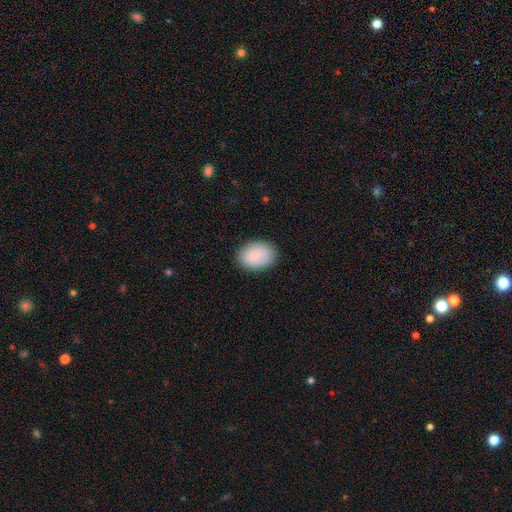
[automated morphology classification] type=smooth (84%); roundness=in between (76%); merging=none (86%).